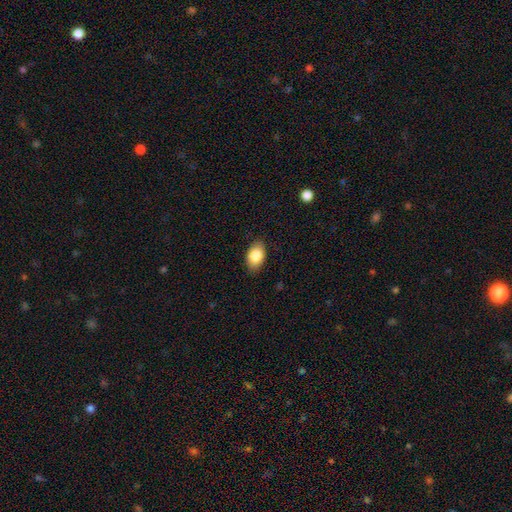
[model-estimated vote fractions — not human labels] smooth_or_featured: smooth (p=0.85) [alt: featured or disk p=0.08]
how_rounded: in between (p=0.91) [alt: round p=0.08]
merging: none (p=0.85) [alt: minor disturbance p=0.12]